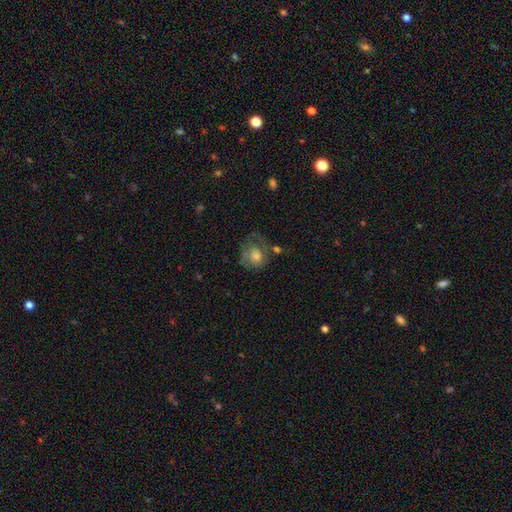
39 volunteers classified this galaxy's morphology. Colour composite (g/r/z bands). It shows a featured or disk galaxy (49%) with no bar (74%), 2 (53%) tight (67%) spiral arms (79%) and a moderate central bulge (63%). Merging: none (46%).